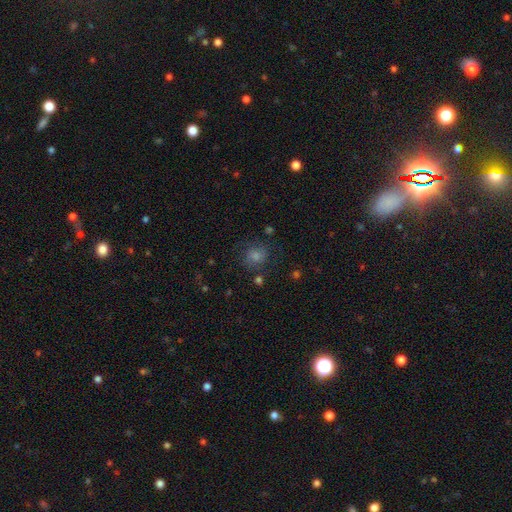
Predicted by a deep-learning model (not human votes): Smooth or featured? smooth (52%)
How rounded? round (80%)
Merging? none (80%)